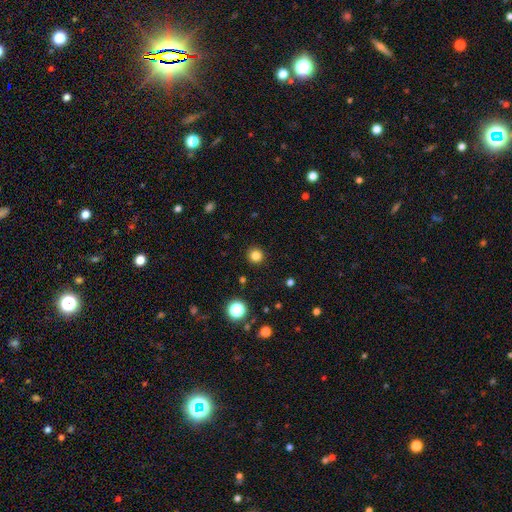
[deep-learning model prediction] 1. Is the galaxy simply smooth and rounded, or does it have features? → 82% smooth, 14% star or artifact, 4% featured or disk.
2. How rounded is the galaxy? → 96% round, 3% in between, 1% cigar-shaped.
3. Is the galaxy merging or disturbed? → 93% none, 5% minor disturbance, 2% major disturbance, 1% merger.